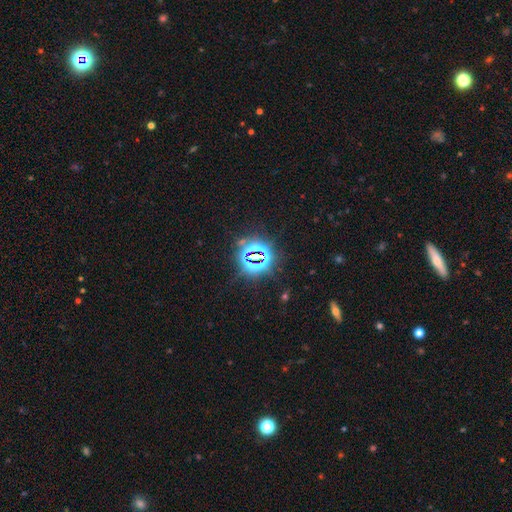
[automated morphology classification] smooth-or-featured: star or artifact: 81% | smooth: 11% | featured or disk: 8%